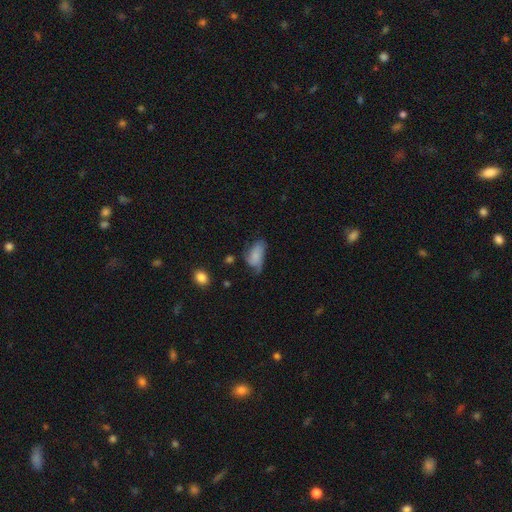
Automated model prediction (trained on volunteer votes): The model was most divided on "merging" (2-way tie): minor disturbance: 35%, none: 35%, major disturbance: 26%, merger: 4%. More confident: how rounded — in between (90%); smooth or featured — smooth (61%).